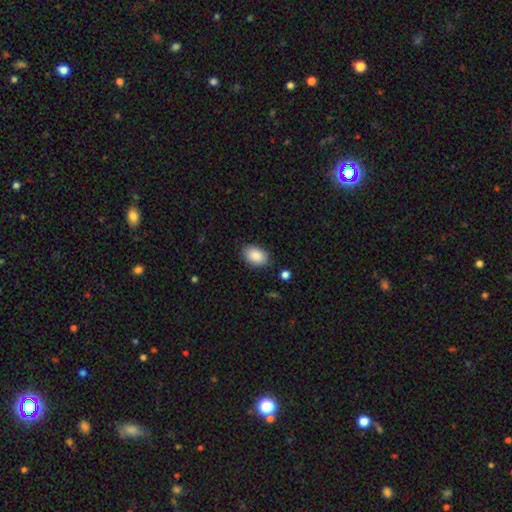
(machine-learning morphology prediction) Overall: smooth (88%). How rounded: in between (87%). Merging: none (85%).